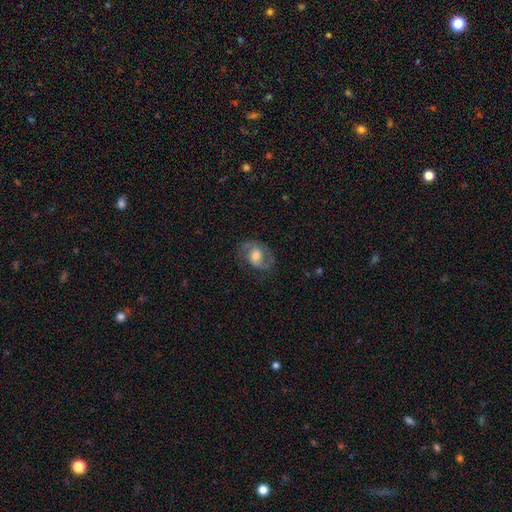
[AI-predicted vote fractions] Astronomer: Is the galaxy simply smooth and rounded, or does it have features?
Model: featured or disk — 70%.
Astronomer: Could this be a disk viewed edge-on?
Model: no — 97%.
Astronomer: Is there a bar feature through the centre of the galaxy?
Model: no — 49% (runner-up: weak, 40%).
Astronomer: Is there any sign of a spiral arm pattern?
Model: yes — 88%.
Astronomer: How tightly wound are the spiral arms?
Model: medium — 53%.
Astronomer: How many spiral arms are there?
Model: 2 — 84%.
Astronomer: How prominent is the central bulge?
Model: moderate — 55%.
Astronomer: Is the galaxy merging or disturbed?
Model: none — 72%.